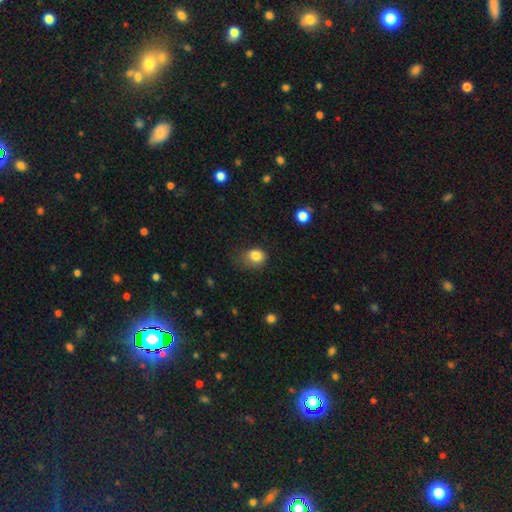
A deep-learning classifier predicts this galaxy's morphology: Q: Smooth or featured?
A: smooth (83%); runner-up: star or artifact (10%)
Q: How rounded?
A: round (58%); runner-up: in between (41%)
Q: Merging?
A: none (49%); runner-up: minor disturbance (35%)